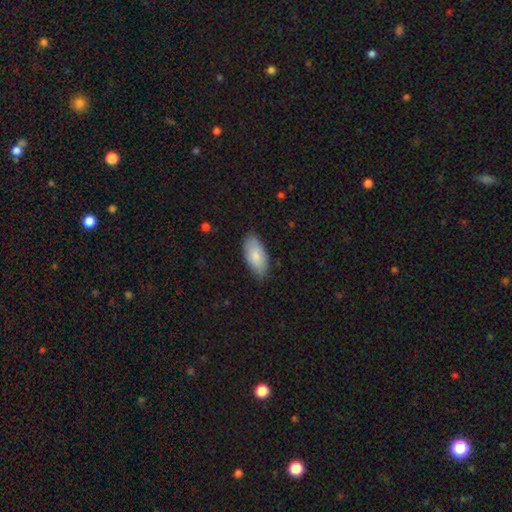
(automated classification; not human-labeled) Overall: smooth (84%). How rounded: in between (92%). Merging: none (81%).